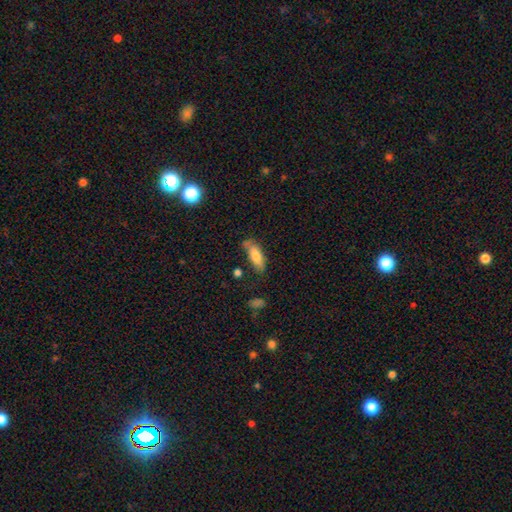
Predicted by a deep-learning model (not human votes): Overall: smooth (78%). How rounded: in between (69%; cigar-shaped 29%). Merging: none (54%; minor disturbance 27%).